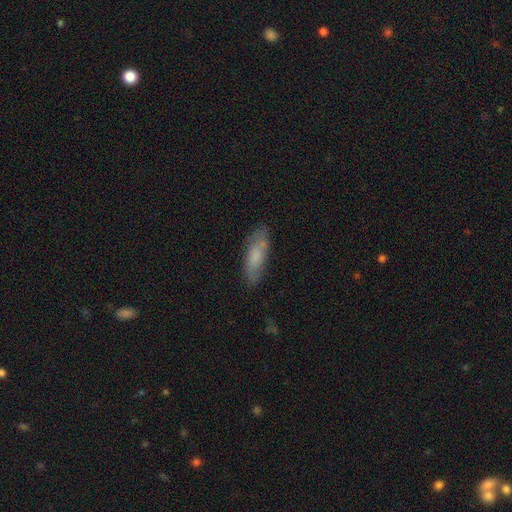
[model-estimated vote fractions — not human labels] A smooth galaxy with no disk features (71%) that is cigar-shaped (50%).

Vote fractions:
- Smooth or featured? smooth: 71% / featured or disk: 22% / star or artifact: 7%
- How rounded? cigar-shaped: 50% / in between: 49% / round: 2%
- Merging? none: 77% / minor disturbance: 17% / major disturbance: 4% / merger: 2%